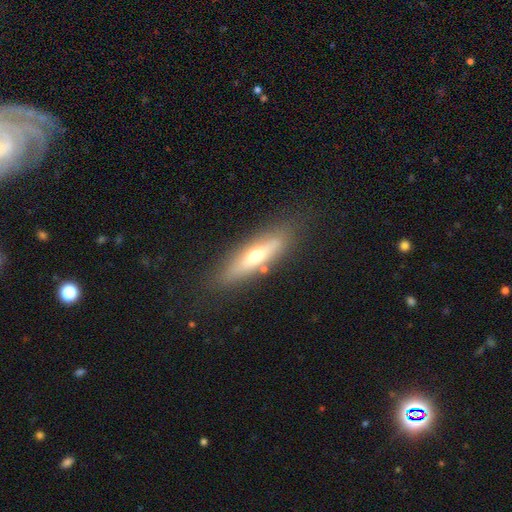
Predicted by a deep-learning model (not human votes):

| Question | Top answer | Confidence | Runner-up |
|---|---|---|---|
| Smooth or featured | smooth | 48% | featured or disk (45%) |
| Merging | none | 80% | minor disturbance (13%) |